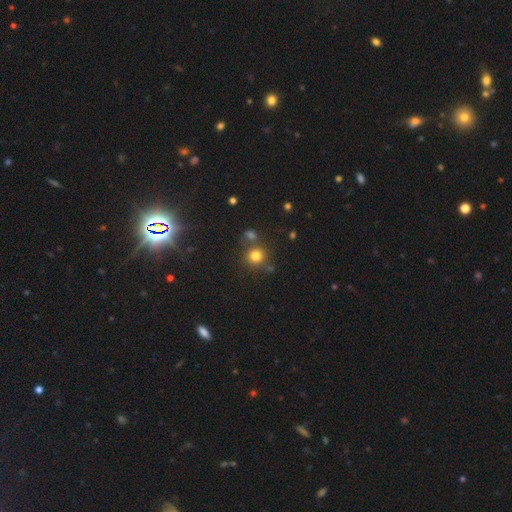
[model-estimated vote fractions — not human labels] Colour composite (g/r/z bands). It shows a smooth galaxy with no disk features (78%) that is round (88%). Merging: none (71%).